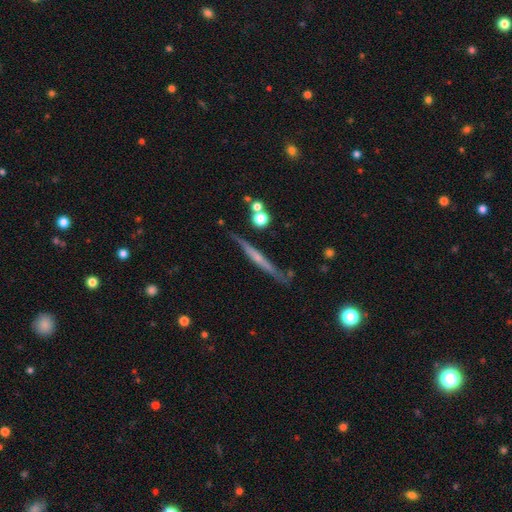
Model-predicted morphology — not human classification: Overall: featured or disk (68%). Edge-on disk: yes (93%). Edge-on bulge: rounded (52%; none 39%). Merging: none (75%).